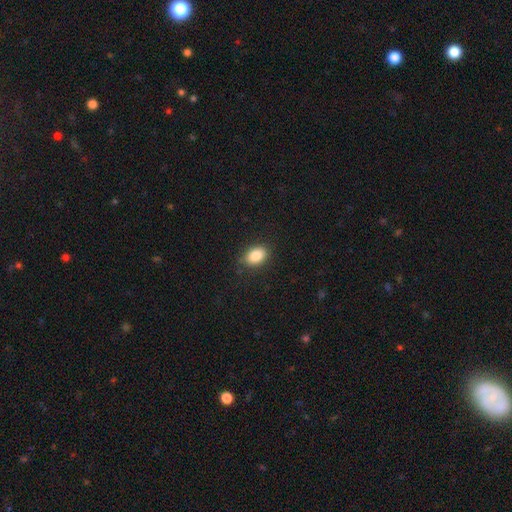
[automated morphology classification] Overall: smooth (86%). How rounded: in between (84%). Merging: none (84%).